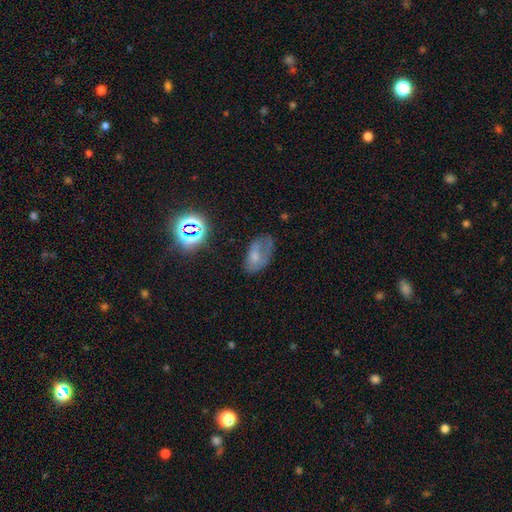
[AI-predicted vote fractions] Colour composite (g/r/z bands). It shows a smooth galaxy with no disk features (53%) that is in between round and cigar-shaped (89%). Merging: none (40%).